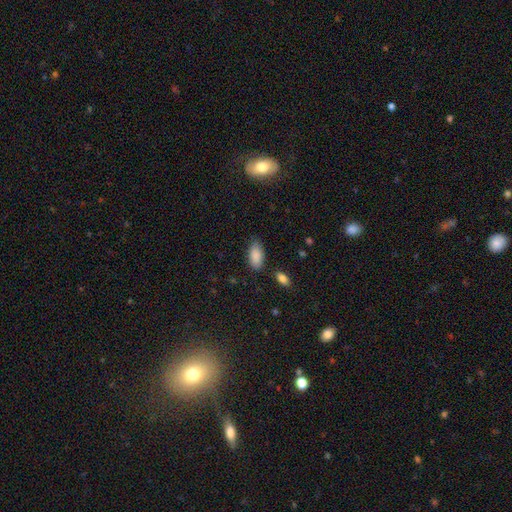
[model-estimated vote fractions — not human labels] This is clearly a smooth galaxy (88%). How rounded: clearly in between (93%). Merging: likely none (77%).